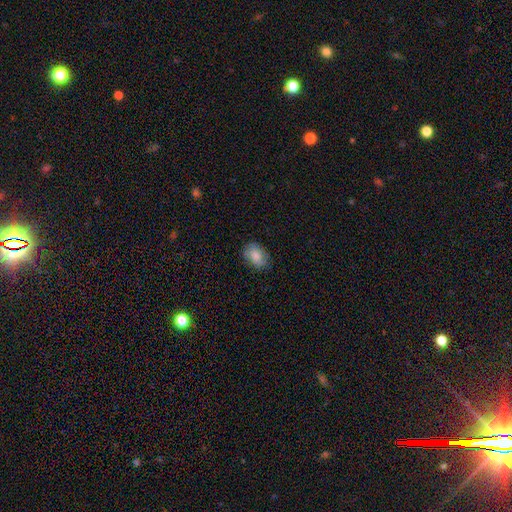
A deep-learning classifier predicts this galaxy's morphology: This appears to be a smooth galaxy with no disk features (79%) that is in between round and cigar-shaped (78%). Merging: none (75%).